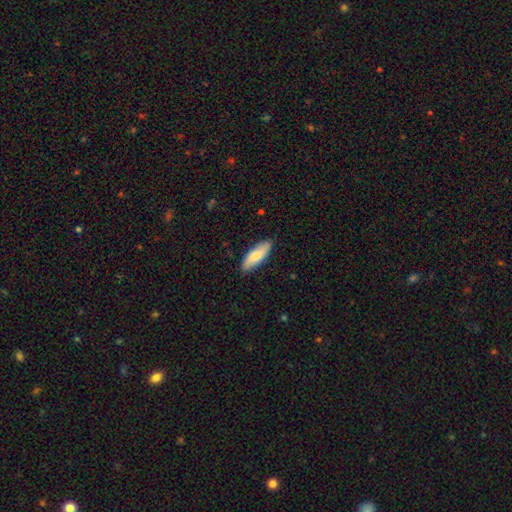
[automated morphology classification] type=smooth (75%); roundness=in between (65%); merging=none (86%).